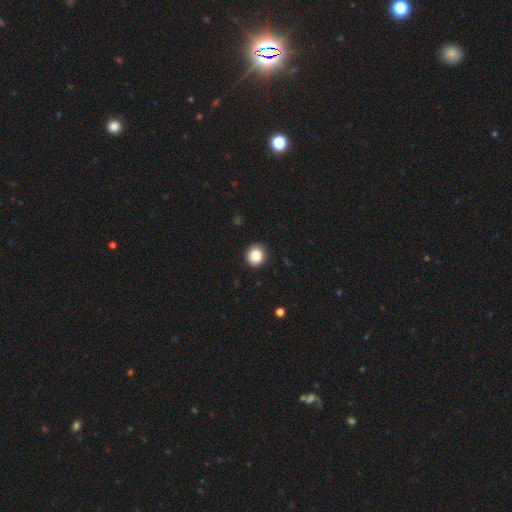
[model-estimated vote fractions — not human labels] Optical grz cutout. It shows a smooth galaxy with no disk features (87%) that is round (87%). Merging: none (91%).